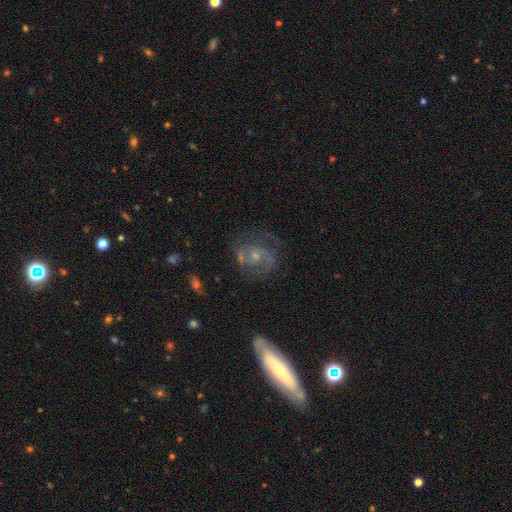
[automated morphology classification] A featured or disk galaxy (77%) with no bar (65%), 2 (65%) medium (49%) spiral arms (89%) and a small central bulge (57%).

Vote fractions:
- Smooth or featured? featured or disk: 77% / smooth: 14% / star or artifact: 9%
- Edge-on disk? no: 98% / yes: 2%
- Bar? no: 65% / weak: 30% / strong: 6%
- Spiral arms? yes: 89% / no: 11%
- Spiral winding? medium: 49% / tight: 34% / loose: 17%
- Spiral arm count? 2: 65% / can't tell: 17% / 3: 8% / 1: 5% / 4: 3% / more than 4: 2%
- Bulge size? small: 57% / moderate: 36% / none: 4% / large: 2% / dominant: 1%
- Merging? none: 61% / minor disturbance: 19% / major disturbance: 14% / merger: 6%